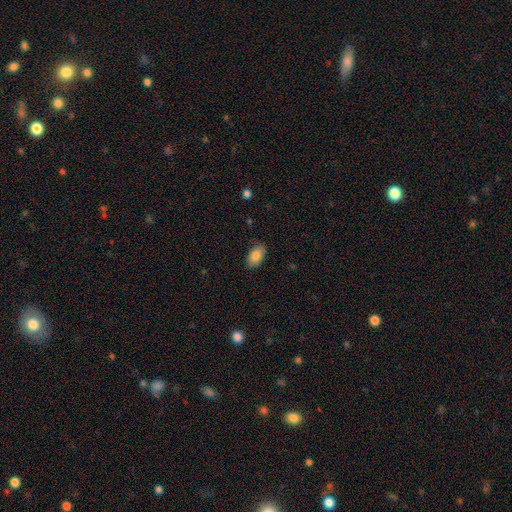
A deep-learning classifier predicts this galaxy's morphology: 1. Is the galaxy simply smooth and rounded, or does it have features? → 85% smooth, 8% featured or disk, 7% star or artifact.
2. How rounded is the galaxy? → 93% in between, 6% round, 2% cigar-shaped.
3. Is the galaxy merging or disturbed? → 84% none, 13% minor disturbance, 3% major disturbance, 1% merger.